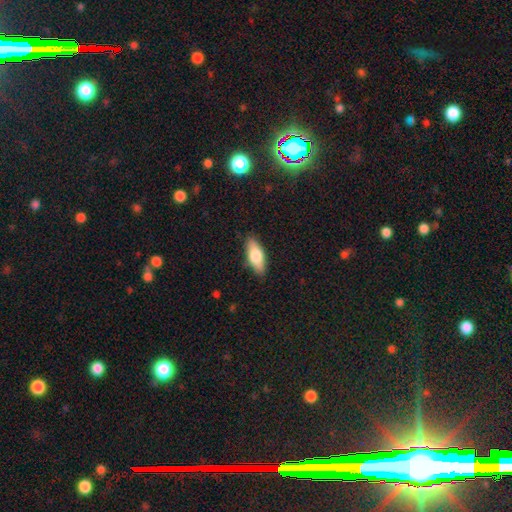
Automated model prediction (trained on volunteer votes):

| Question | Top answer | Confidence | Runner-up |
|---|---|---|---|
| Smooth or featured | smooth | 73% | featured or disk (21%) |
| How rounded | in between | 74% | cigar-shaped (24%) |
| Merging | none | 87% | minor disturbance (10%) |